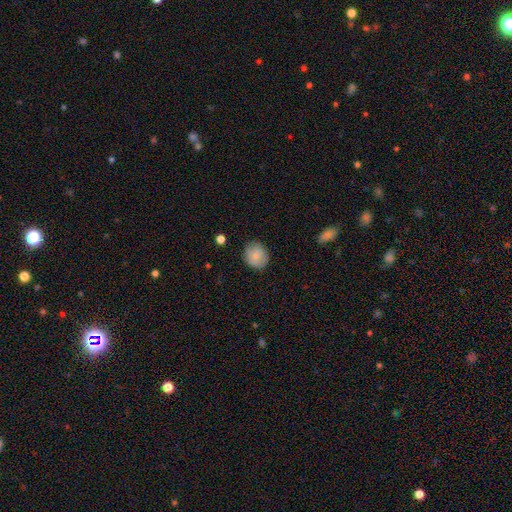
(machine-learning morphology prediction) smooth-or-featured: smooth: 79% | featured or disk: 13% | star or artifact: 8%
  how-rounded: round: 69% | in between: 30% | cigar-shaped: 1%
  merging: none: 80% | minor disturbance: 15% | major disturbance: 3% | merger: 1%